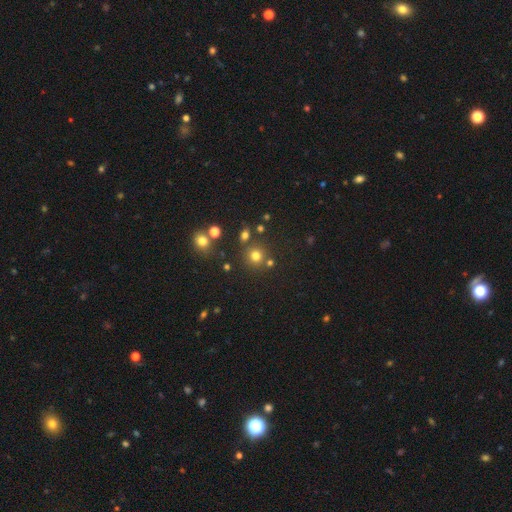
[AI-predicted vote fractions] smooth_or_featured: smooth (p=0.73) [alt: star or artifact p=0.20]
how_rounded: round (p=0.91) [alt: in between p=0.08]
merging: none (p=0.78) [alt: merger p=0.10]